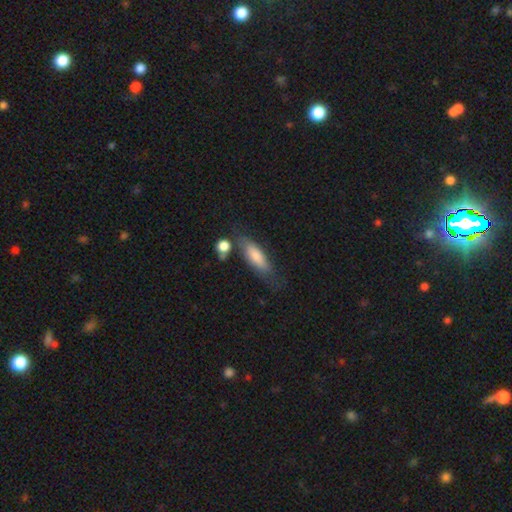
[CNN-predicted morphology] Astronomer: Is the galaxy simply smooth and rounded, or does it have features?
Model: smooth — 75%.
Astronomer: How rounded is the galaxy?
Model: in between — 56% (runner-up: cigar-shaped, 42%).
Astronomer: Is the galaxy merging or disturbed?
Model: none — 60%.